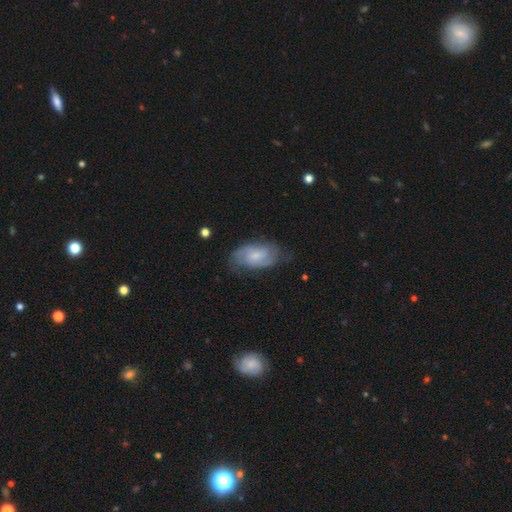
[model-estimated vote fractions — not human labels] This is likely a featured or disk galaxy (63%). It is clearly not viewed edge-on (96%). Bar: possibly no (53%). Spiral arm pattern: clearly yes (88%). Spiral arm count: possibly 2 (57%). Spiral winding: possibly medium (46%). Central bulge: possibly small (55%). Merging: likely none (63%).